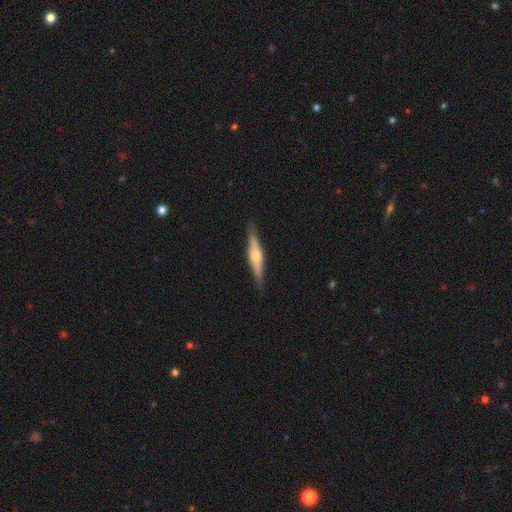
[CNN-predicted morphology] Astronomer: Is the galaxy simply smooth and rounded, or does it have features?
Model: featured or disk — 67%.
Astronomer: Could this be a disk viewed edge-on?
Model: yes — 96%.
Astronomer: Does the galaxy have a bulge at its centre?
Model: rounded — 89%.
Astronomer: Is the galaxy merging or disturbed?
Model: none — 89%.